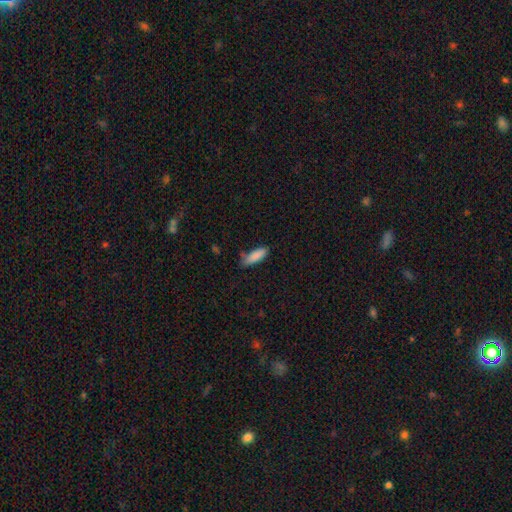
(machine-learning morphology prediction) Smooth or featured: smooth — 88% (star or artifact — 6%)
How rounded: in between — 57% (cigar-shaped — 42%)
Merging: none — 68% (minor disturbance — 24%)